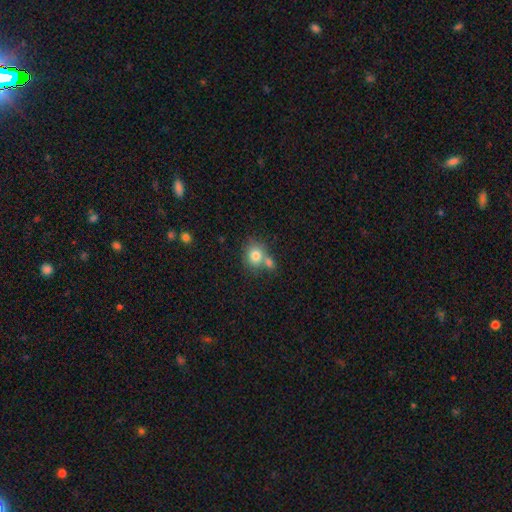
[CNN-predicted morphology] This appears to be a smooth galaxy with no disk features (79%) that is round (68%). Merging: none (46%).